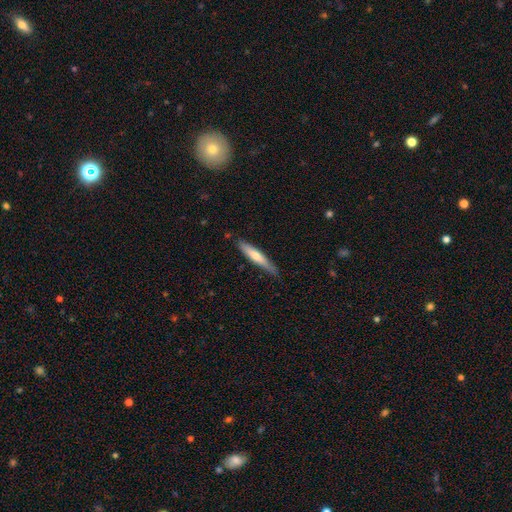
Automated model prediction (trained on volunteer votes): Smooth or featured? smooth (54%)
How rounded? cigar-shaped (90%)
Merging? none (81%)